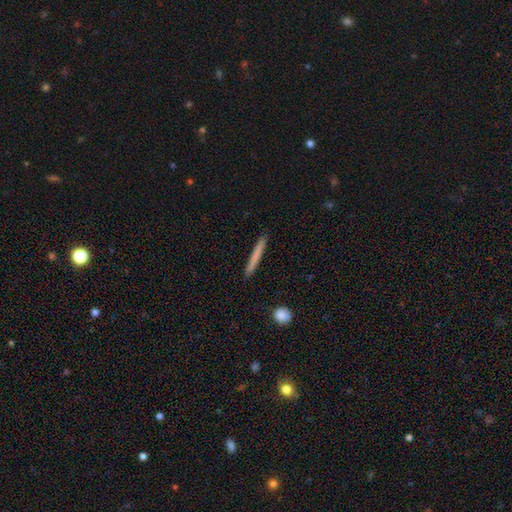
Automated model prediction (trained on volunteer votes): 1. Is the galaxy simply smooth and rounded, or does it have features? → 69% smooth, 25% featured or disk, 6% star or artifact.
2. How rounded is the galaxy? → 97% cigar-shaped, 2% in between, 1% round.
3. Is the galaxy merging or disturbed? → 91% none, 6% minor disturbance, 1% major disturbance, 1% merger.